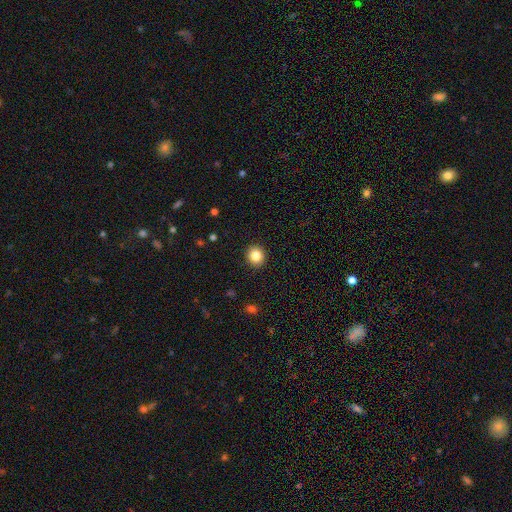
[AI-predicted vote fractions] Smooth or featured? Predicted: smooth (p=0.84). How rounded? Predicted: round (p=0.88). Merging? Predicted: none (p=0.92).